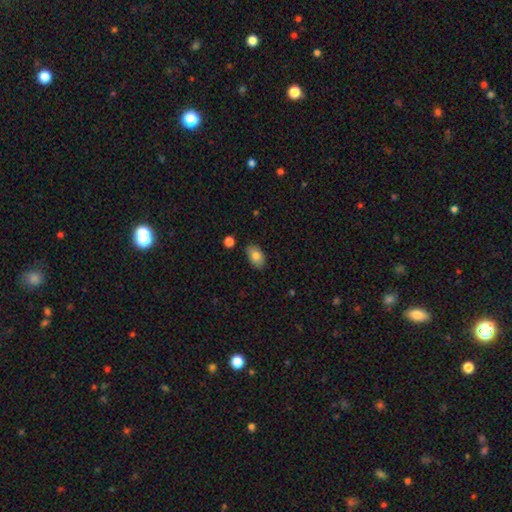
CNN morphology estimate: Overall: smooth (81%). How rounded: in between (90%). Merging: none (81%).